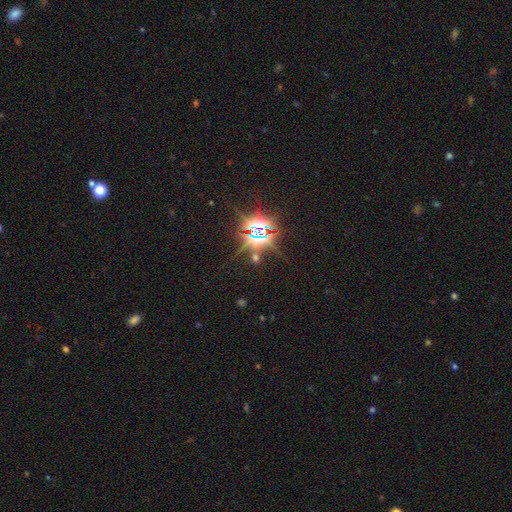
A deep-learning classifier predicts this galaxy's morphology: type=star or artifact (83%).